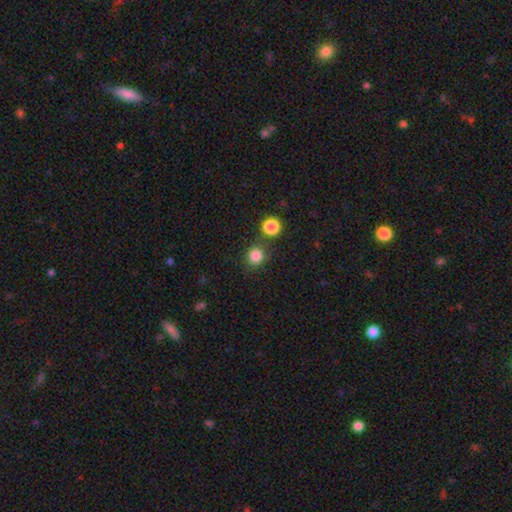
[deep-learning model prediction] Smooth or featured: smooth — 84% (star or artifact — 12%)
How rounded: round — 87% (in between — 12%)
Merging: none — 80% (minor disturbance — 9%)